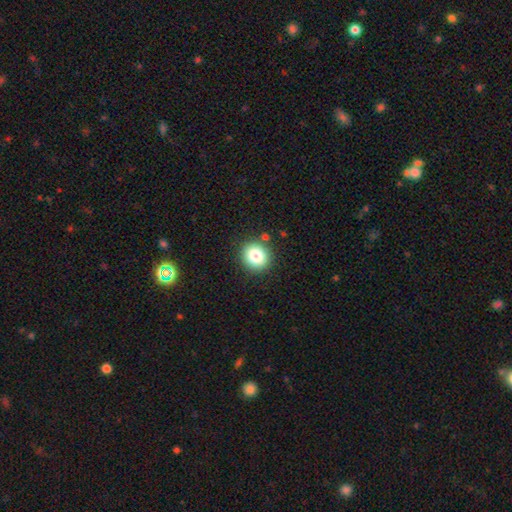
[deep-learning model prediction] A smooth galaxy with no disk features (83%) that is round (85%).

Vote fractions:
- Smooth or featured? smooth: 83% / star or artifact: 11% / featured or disk: 7%
- How rounded? round: 85% / in between: 15% / cigar-shaped: 1%
- Merging? none: 87% / minor disturbance: 8% / merger: 3% / major disturbance: 2%